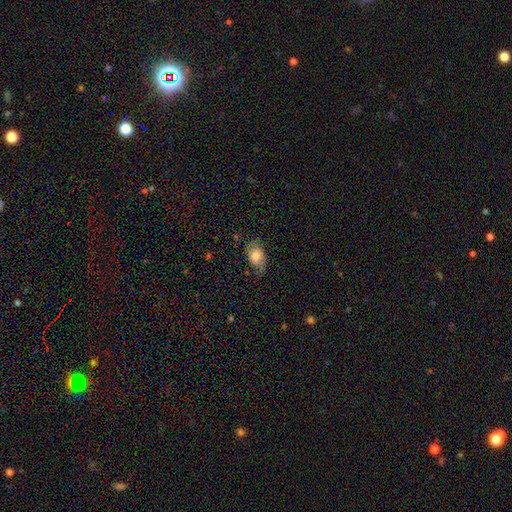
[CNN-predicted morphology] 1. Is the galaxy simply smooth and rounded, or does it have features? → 52% smooth, 40% featured or disk, 8% star or artifact.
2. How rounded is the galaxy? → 86% in between, 12% round, 2% cigar-shaped.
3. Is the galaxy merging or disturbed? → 58% none, 28% minor disturbance, 12% major disturbance, 2% merger.